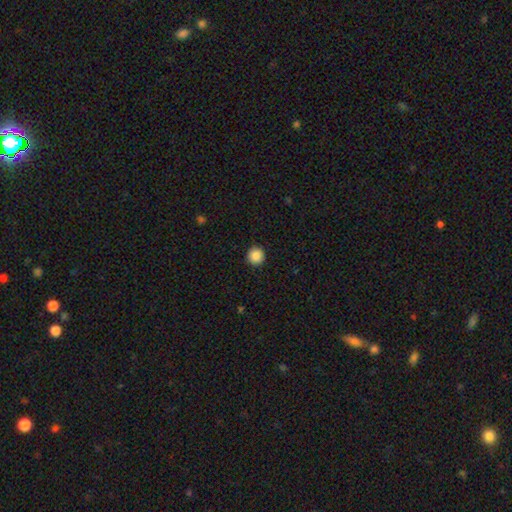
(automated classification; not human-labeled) smooth 88%, star or artifact 9%, featured or disk 3%. Down the decision tree: how rounded — round (96%); merging — none (93%).